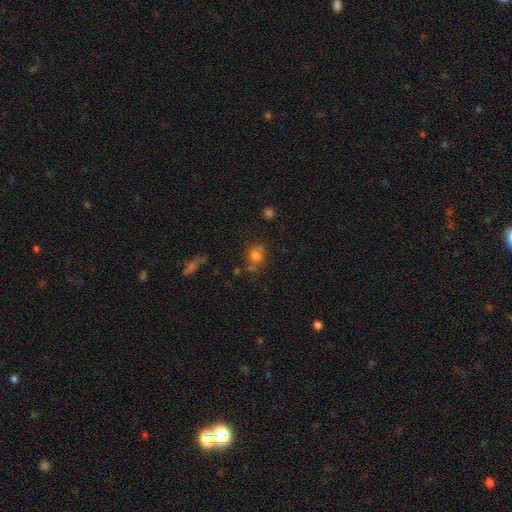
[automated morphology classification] A smooth galaxy with no disk features (73%) that is round (70%). Merging: none (60%).